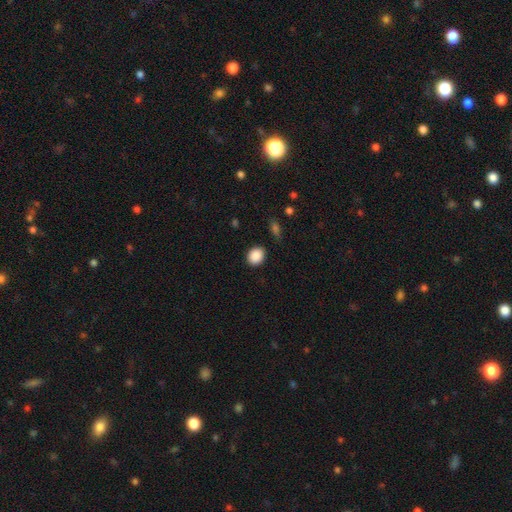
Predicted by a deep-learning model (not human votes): Smooth or featured? smooth (89%)
How rounded? round (63%)
Merging? none (86%)